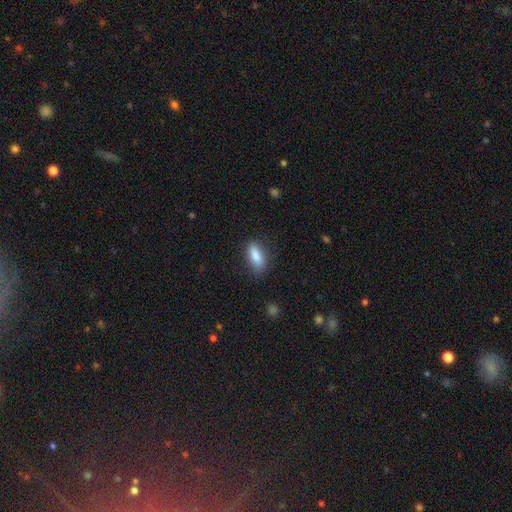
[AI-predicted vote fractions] smooth_or_featured: smooth (p=0.83) [alt: featured or disk p=0.10]
how_rounded: in between (p=0.67) [alt: cigar-shaped p=0.30]
merging: none (p=0.79) [alt: minor disturbance p=0.15]